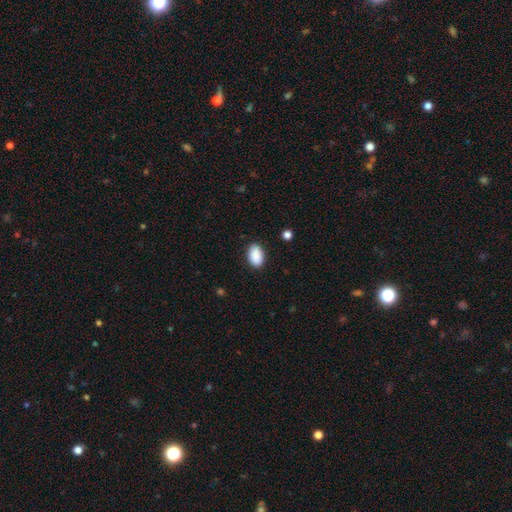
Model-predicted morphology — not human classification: type=smooth (91%); roundness=in between (91%); merging=none (88%).